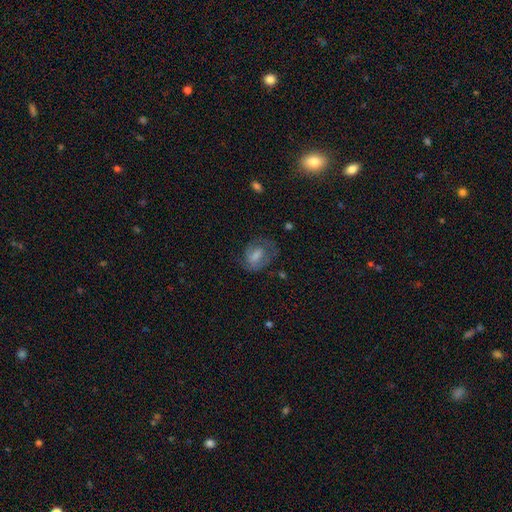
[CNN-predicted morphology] type=featured or disk (47%); merging=none (63%).